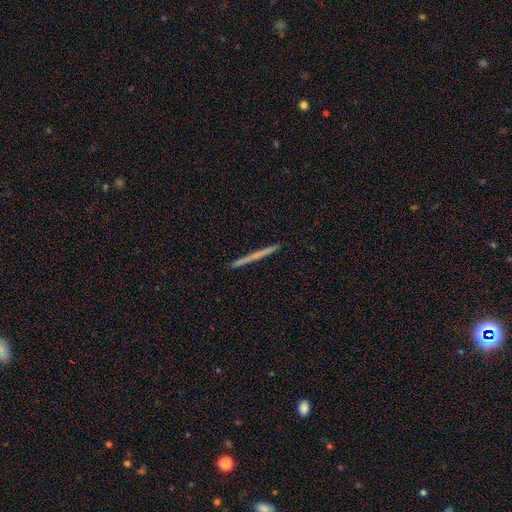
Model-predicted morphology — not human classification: type=featured or disk (50%); edge-on=yes (98%); merging=none (93%).